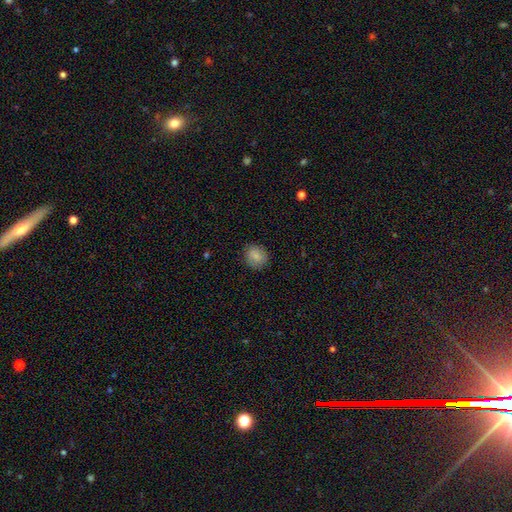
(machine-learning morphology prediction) The model was most divided on "how rounded": round: 73%, in between: 26%, cigar-shaped: 1%. More confident: merging — none (86%); smooth or featured — smooth (84%).